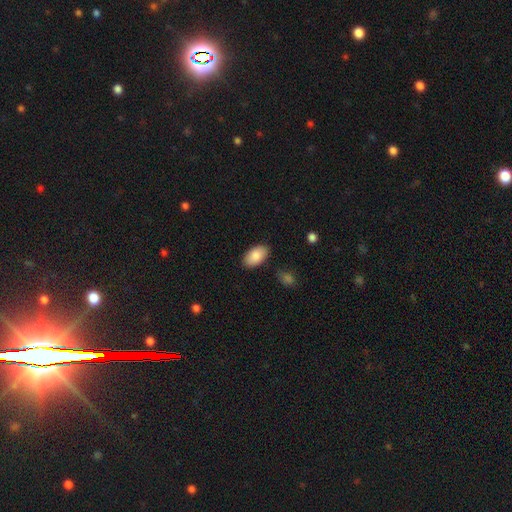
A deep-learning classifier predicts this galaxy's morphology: smooth_or_featured: smooth (p=0.87) [alt: featured or disk p=0.07]
how_rounded: in between (p=0.95) [alt: round p=0.04]
merging: none (p=0.86) [alt: minor disturbance p=0.10]